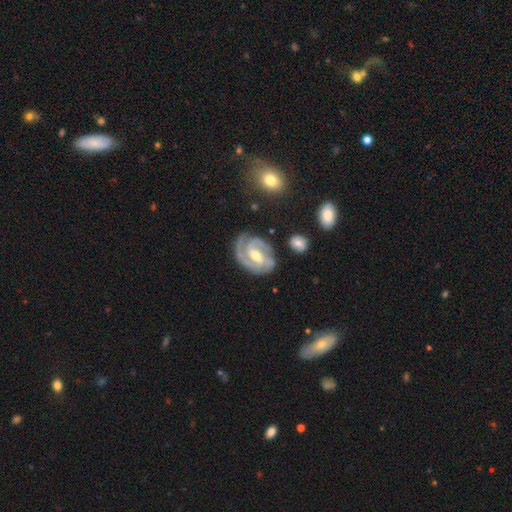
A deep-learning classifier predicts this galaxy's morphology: Smooth or featured: featured or disk — 90% (smooth — 6%)
Edge-on disk: no — 97% (yes — 3%)
Bar: weak — 47% (strong — 35%)
Spiral arms: yes — 97% (no — 3%)
Spiral winding: tight — 56% (medium — 37%)
Spiral arm count: 2 — 55% (3 — 24%)
Bulge size: moderate — 61% (small — 34%)
Merging: none — 72% (minor disturbance — 18%)